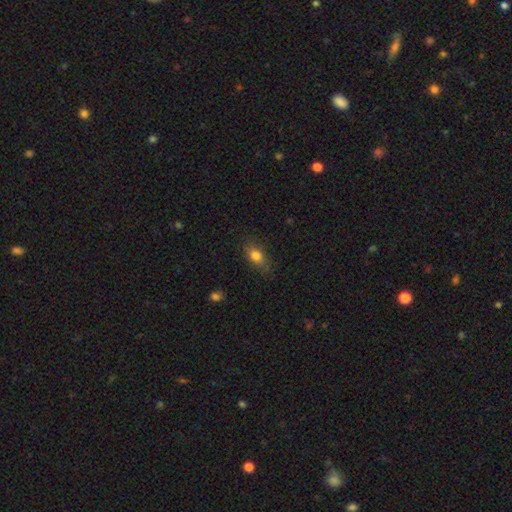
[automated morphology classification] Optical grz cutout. It shows a smooth galaxy with no disk features (80%) that is in between round and cigar-shaped (71%). Merging: none (74%).